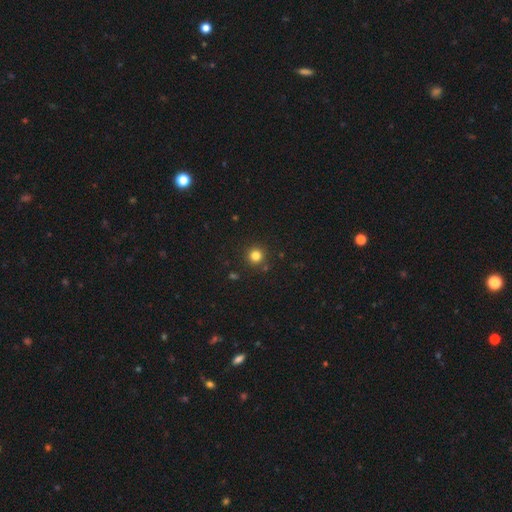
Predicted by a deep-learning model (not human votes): This is clearly a smooth galaxy (81%). How rounded: clearly round (95%). Merging: clearly none (88%).